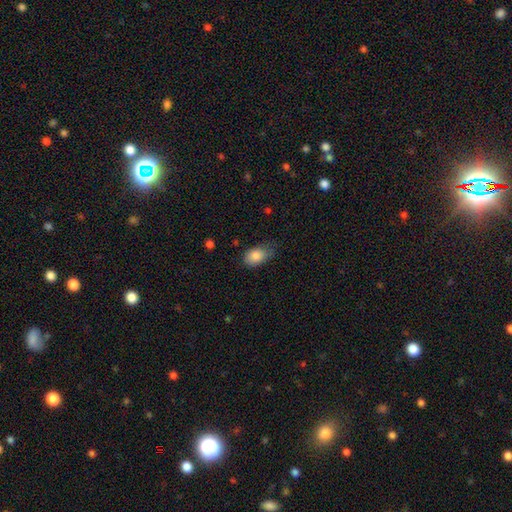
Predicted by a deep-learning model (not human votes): A smooth galaxy with no disk features (84%) that is in between round and cigar-shaped (85%).

Vote fractions:
- Smooth or featured? smooth: 84% / star or artifact: 8% / featured or disk: 7%
- How rounded? in between: 85% / round: 13% / cigar-shaped: 1%
- Merging? none: 56% / minor disturbance: 34% / major disturbance: 8% / merger: 2%